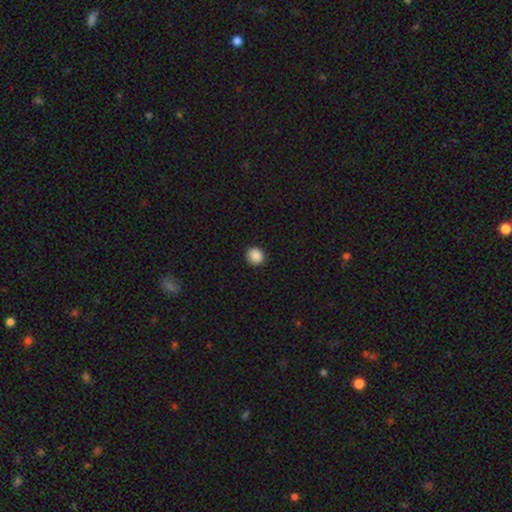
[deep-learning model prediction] The model was most divided on "how rounded": round: 85%, in between: 14%, cigar-shaped: 1%. More confident: merging — none (90%); smooth or featured — smooth (88%).